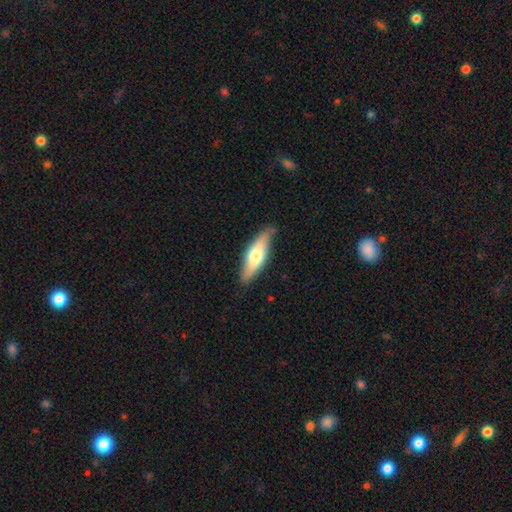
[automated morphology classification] smooth-or-featured: smooth: 59% | featured or disk: 35% | star or artifact: 5%
  how-rounded: cigar-shaped: 53% | in between: 45% | round: 2%
  merging: none: 82% | minor disturbance: 14% | major disturbance: 2% | merger: 2%